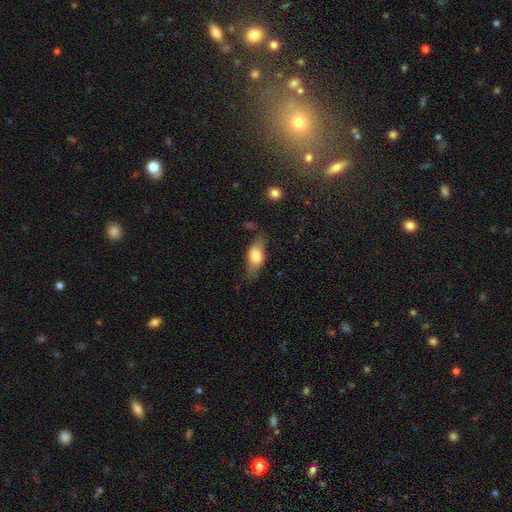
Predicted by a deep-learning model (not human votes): A smooth galaxy with no disk features (69%) that is in between round and cigar-shaped (79%).

Vote fractions:
- Smooth or featured? smooth: 69% / featured or disk: 24% / star or artifact: 7%
- How rounded? in between: 79% / cigar-shaped: 16% / round: 5%
- Merging? none: 68% / minor disturbance: 23% / major disturbance: 7% / merger: 2%